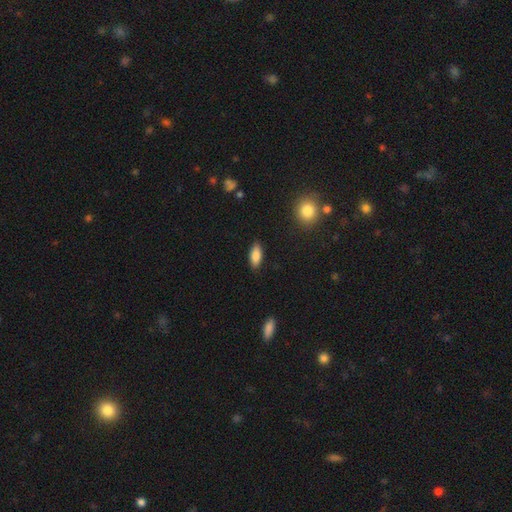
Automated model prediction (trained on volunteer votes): This is clearly a smooth galaxy (86%). How rounded: clearly in between (82%). Merging: clearly none (86%).